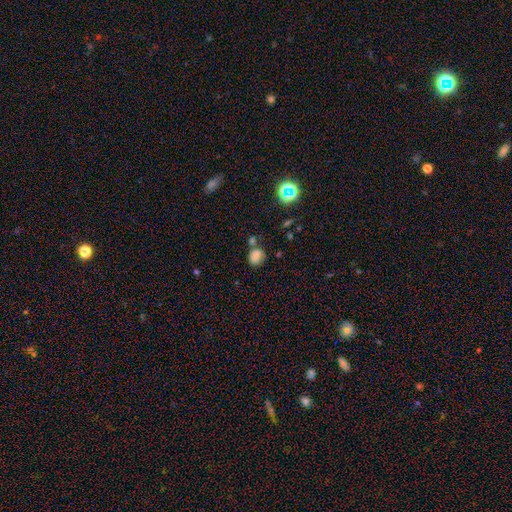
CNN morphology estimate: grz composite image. It shows a smooth galaxy with no disk features (77%) that is round (60%). Merging: none (55%).